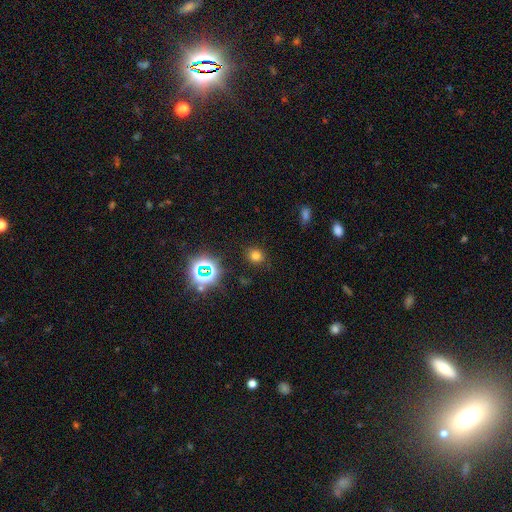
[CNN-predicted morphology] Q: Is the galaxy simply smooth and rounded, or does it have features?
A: smooth — 71%.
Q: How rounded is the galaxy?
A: round — 74%.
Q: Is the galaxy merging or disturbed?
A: none — 86%.